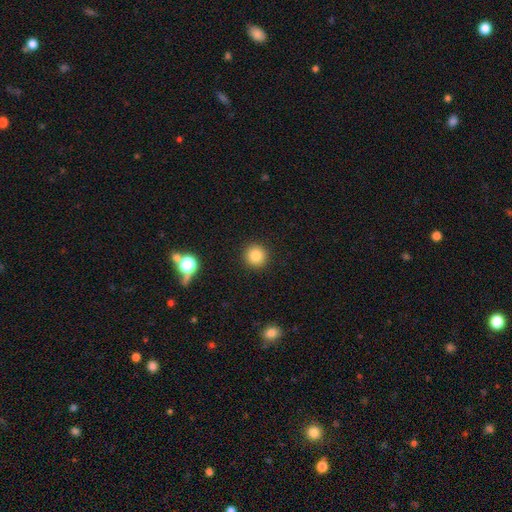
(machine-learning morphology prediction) Smooth or featured: smooth — 83% (star or artifact — 11%)
How rounded: round — 94% (in between — 5%)
Merging: none — 92% (minor disturbance — 5%)